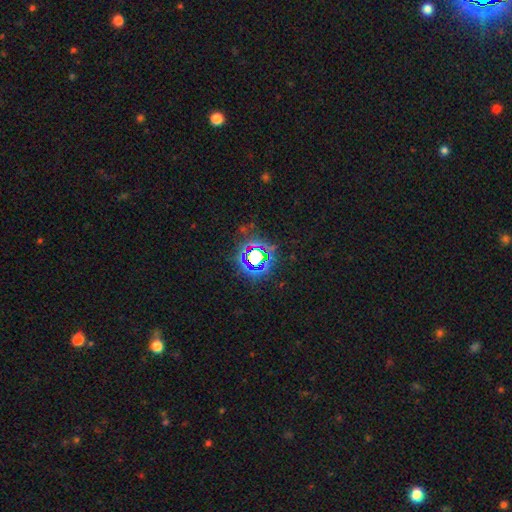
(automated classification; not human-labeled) A star or artifact, not a galaxy (71%).